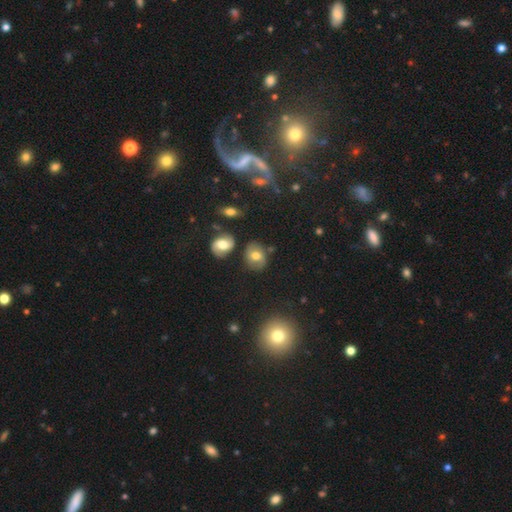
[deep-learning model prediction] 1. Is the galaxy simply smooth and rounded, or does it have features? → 62% smooth, 26% featured or disk, 11% star or artifact.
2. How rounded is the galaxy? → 50% round, 48% in between, 1% cigar-shaped.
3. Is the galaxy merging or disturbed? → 71% none, 17% minor disturbance, 6% merger, 5% major disturbance.